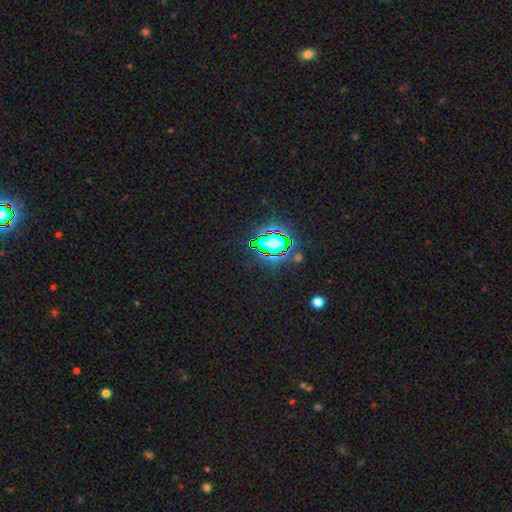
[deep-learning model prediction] Q: Smooth or featured?
A: star or artifact (81%); runner-up: smooth (12%)